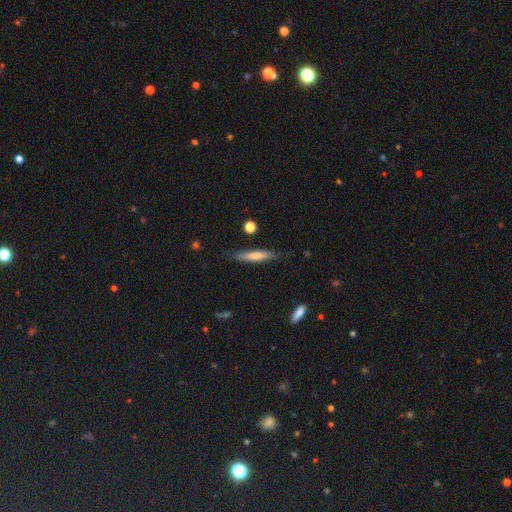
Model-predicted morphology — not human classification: smooth-or-featured: smooth: 67% | featured or disk: 27% | star or artifact: 6%
  how-rounded: cigar-shaped: 89% | in between: 10% | round: 1%
  merging: none: 82% | minor disturbance: 14% | major disturbance: 3% | merger: 2%